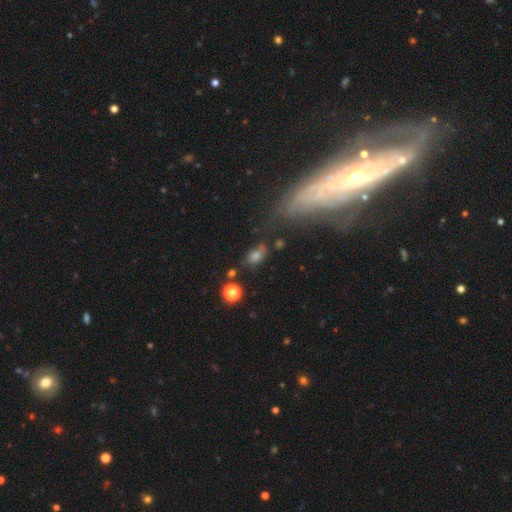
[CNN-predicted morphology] Smooth or featured? Predicted: smooth (p=0.61). How rounded? Predicted: in between (p=0.77). Merging? Predicted: none (p=0.58).